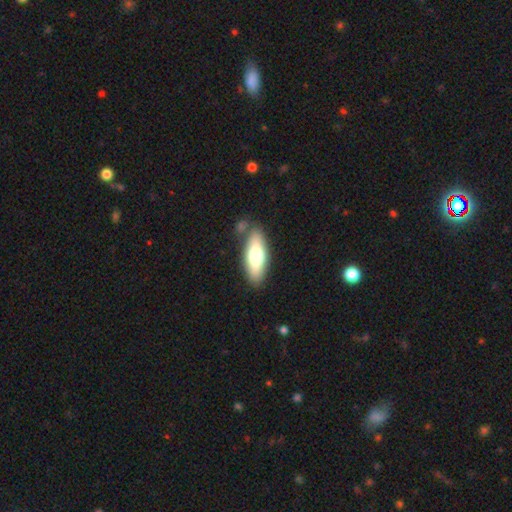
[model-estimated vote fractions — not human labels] Q: Smooth or featured?
A: smooth (68%); runner-up: featured or disk (27%)
Q: How rounded?
A: in between (65%); runner-up: cigar-shaped (32%)
Q: Merging?
A: none (76%); runner-up: minor disturbance (12%)